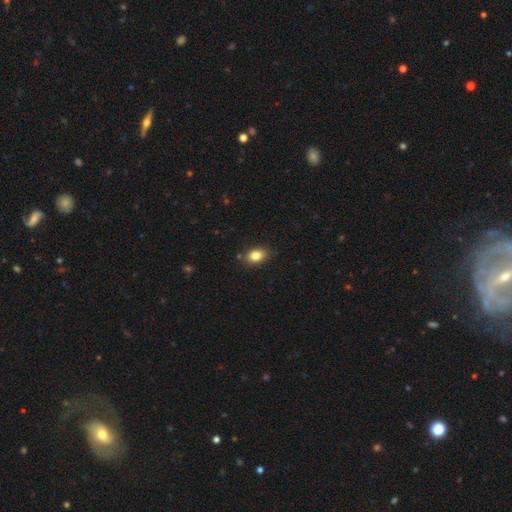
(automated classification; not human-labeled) A smooth galaxy with no disk features (84%) that is in between round and cigar-shaped (78%). Merging: none (85%).